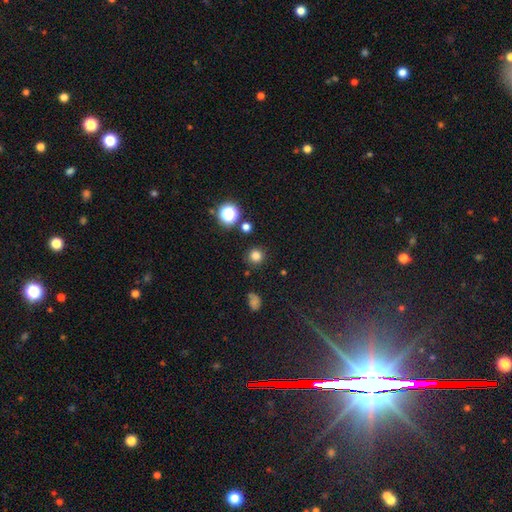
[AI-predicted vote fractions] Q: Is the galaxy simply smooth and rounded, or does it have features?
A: smooth — 78%.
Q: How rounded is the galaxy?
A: round — 93%.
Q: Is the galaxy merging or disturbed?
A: none — 86%.